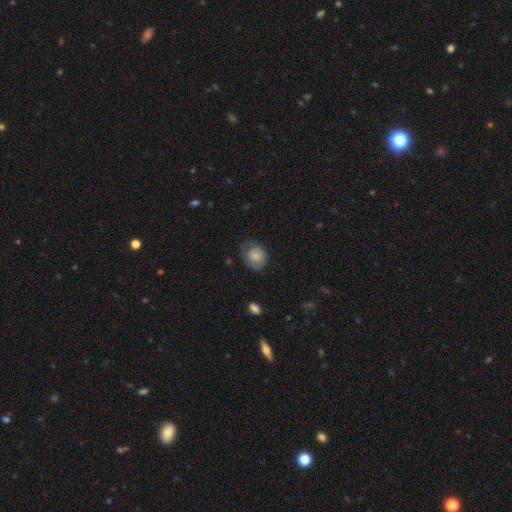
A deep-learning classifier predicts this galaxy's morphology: Smooth or featured? Predicted: smooth (p=0.73). How rounded? Predicted: round (p=0.51). Merging? Predicted: none (p=0.59).